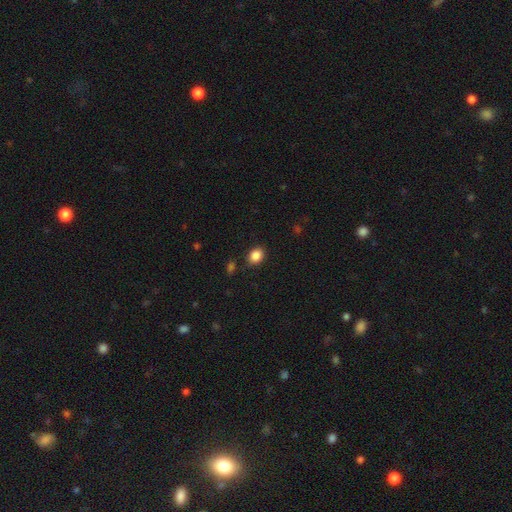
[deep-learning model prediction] Smooth or featured?
  - smooth: 87% *
  - star or artifact: 9%
  - featured or disk: 4%
How rounded?
  - in between: 58% *
  - round: 41%
  - cigar-shaped: 1%
Merging?
  - none: 84% *
  - minor disturbance: 11%
  - major disturbance: 3%
  - merger: 3%